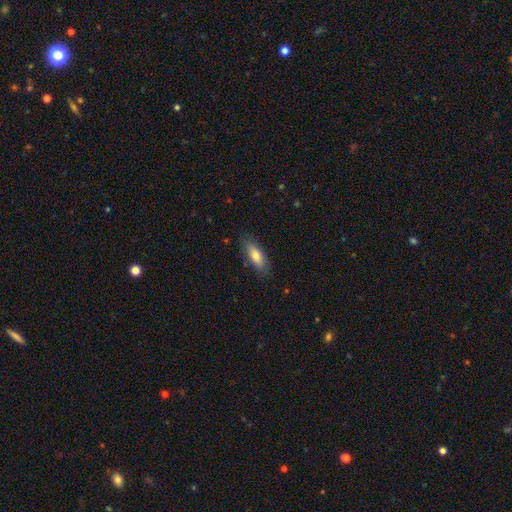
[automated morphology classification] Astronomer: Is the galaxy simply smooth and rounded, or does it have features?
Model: smooth — 77%.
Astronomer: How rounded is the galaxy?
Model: in between — 64%.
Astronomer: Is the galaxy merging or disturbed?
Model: none — 83%.